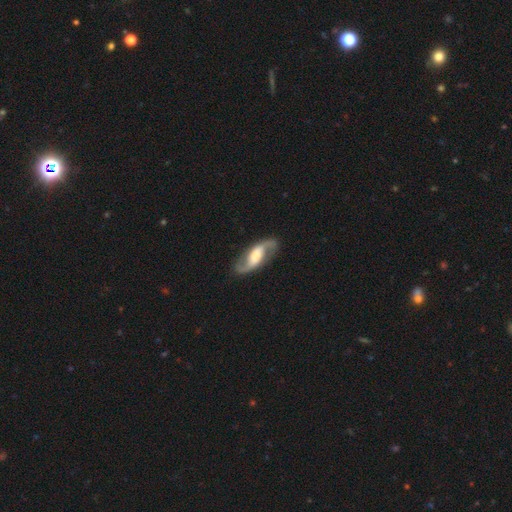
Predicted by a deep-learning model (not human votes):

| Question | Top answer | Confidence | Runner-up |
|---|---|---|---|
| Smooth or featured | featured or disk | 86% | smooth (10%) |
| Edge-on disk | no | 95% | yes (5%) |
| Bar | weak | 42% | strong (31%) |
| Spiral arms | yes | 96% | no (4%) |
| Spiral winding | loose | 51% | medium (39%) |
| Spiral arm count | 2 | 94% | can't tell (2%) |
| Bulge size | moderate | 44% | large (29%) |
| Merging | none | 84% | minor disturbance (11%) |